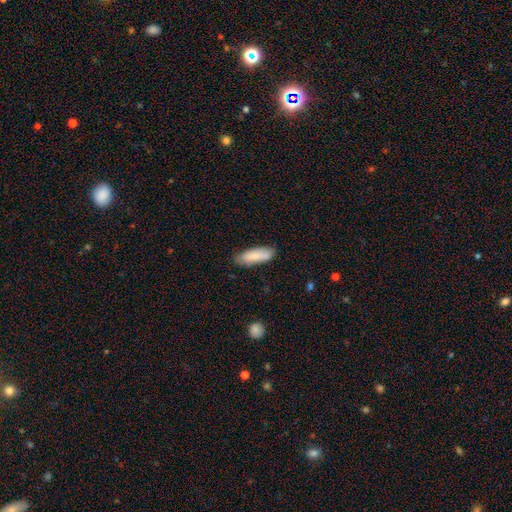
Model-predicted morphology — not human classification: type=smooth (83%); roundness=in between (55%); merging=none (79%).